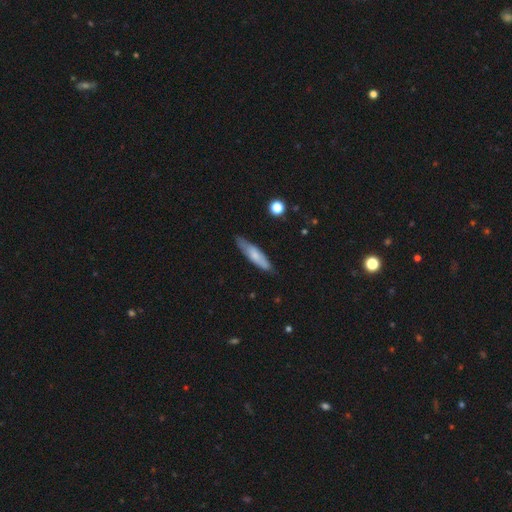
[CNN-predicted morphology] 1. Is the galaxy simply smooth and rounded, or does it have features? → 66% smooth, 28% featured or disk, 6% star or artifact.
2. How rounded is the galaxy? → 70% cigar-shaped, 29% in between, 2% round.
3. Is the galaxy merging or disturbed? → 76% none, 19% minor disturbance, 3% major disturbance, 2% merger.